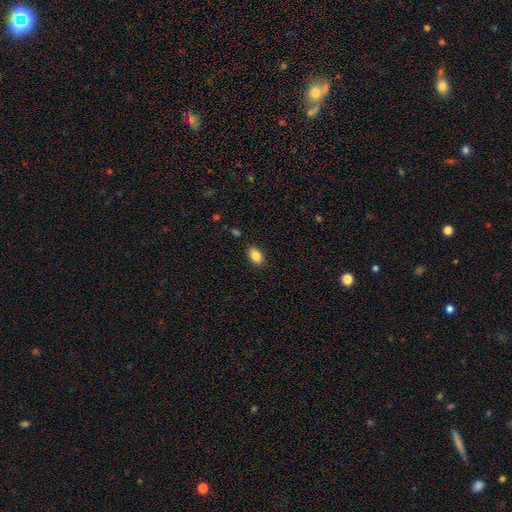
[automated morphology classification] Smooth or featured? smooth (86%)
How rounded? in between (88%)
Merging? none (88%)